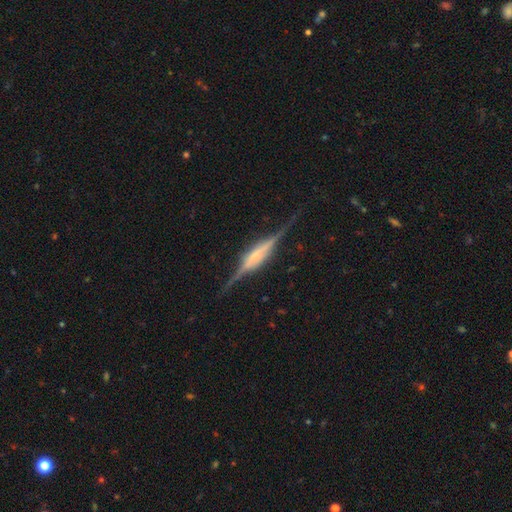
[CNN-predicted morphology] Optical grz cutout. It shows a featured or disk galaxy (85%) viewed edge-on (97%) with a boxy central bulge (54%). Merging: none (81%).